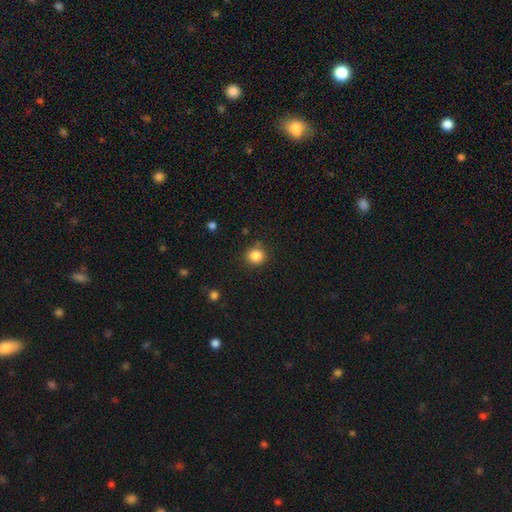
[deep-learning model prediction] Q: Smooth or featured?
A: smooth (85%); runner-up: star or artifact (11%)
Q: How rounded?
A: round (89%); runner-up: in between (10%)
Q: Merging?
A: none (85%); runner-up: minor disturbance (10%)